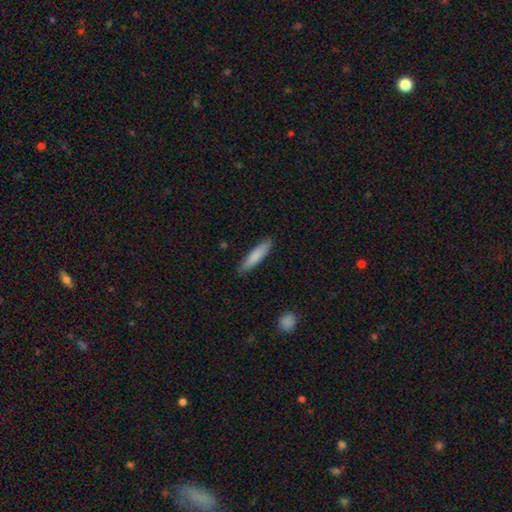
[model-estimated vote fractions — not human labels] smooth-or-featured: smooth: 82% | featured or disk: 12% | star or artifact: 6%
  how-rounded: cigar-shaped: 82% | in between: 17% | round: 1%
  merging: none: 88% | minor disturbance: 9% | major disturbance: 2% | merger: 1%